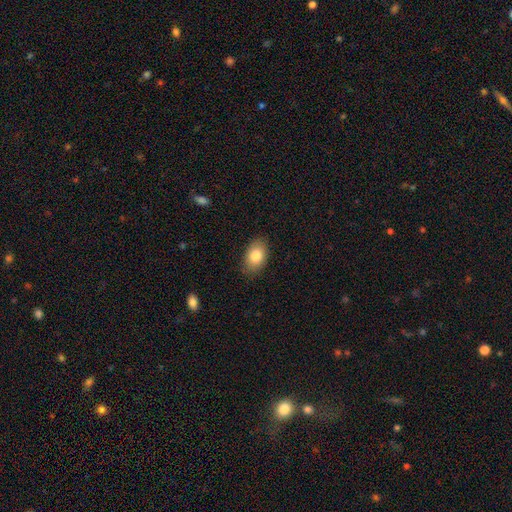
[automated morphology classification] Smooth or featured: smooth — 82% (featured or disk — 10%)
How rounded: in between — 89% (round — 10%)
Merging: none — 86% (minor disturbance — 11%)